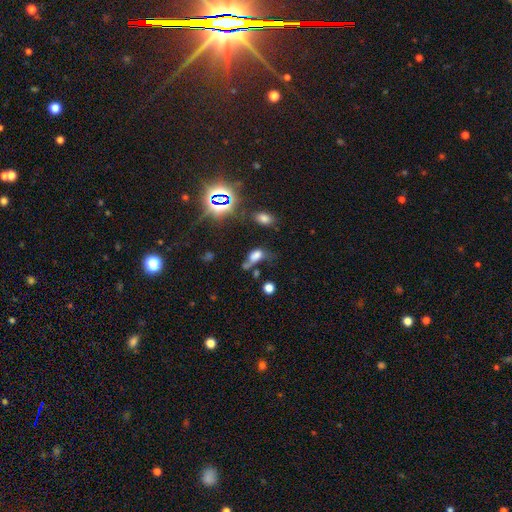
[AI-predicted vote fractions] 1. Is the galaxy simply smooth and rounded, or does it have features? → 60% smooth, 24% star or artifact, 16% featured or disk.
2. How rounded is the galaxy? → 79% in between, 16% round, 5% cigar-shaped.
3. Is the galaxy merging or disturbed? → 28% merger, 26% major disturbance, 26% none, 20% minor disturbance.